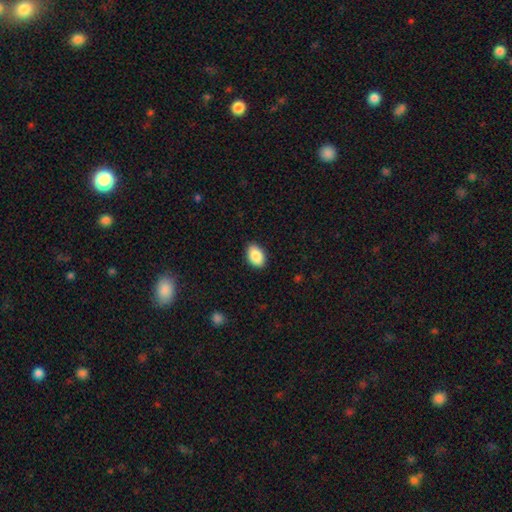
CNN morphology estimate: Smooth or featured? Predicted: smooth (p=0.89). How rounded? Predicted: in between (p=0.90). Merging? Predicted: none (p=0.89).